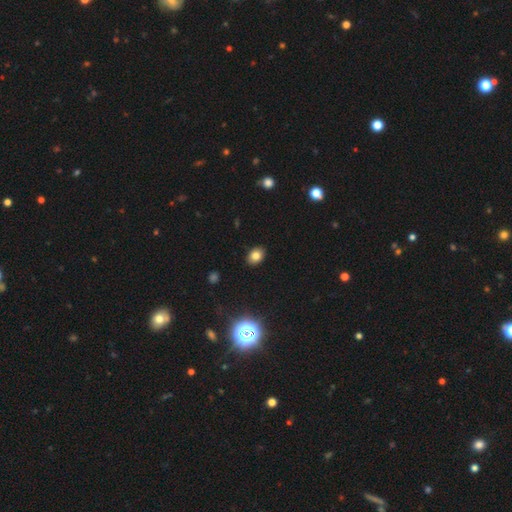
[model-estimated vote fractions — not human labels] Smooth or featured?
  - smooth: 79% *
  - star or artifact: 13%
  - featured or disk: 7%
How rounded?
  - in between: 68% *
  - round: 31%
  - cigar-shaped: 1%
Merging?
  - none: 89% *
  - minor disturbance: 8%
  - major disturbance: 2%
  - merger: 1%